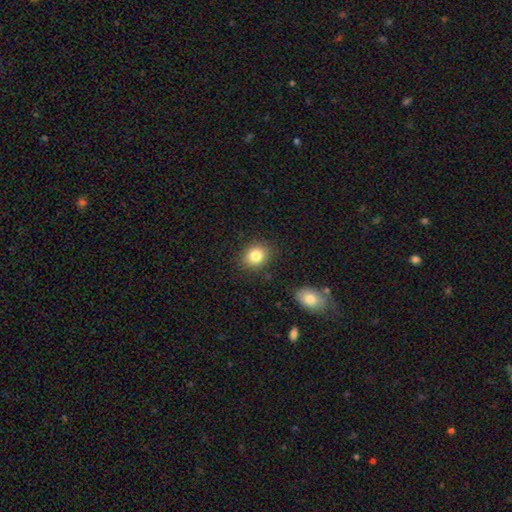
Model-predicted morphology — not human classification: A smooth galaxy with no disk features (83%) that is round (62%).

Vote fractions:
- Smooth or featured? smooth: 83% / star or artifact: 10% / featured or disk: 7%
- How rounded? round: 62% / in between: 37% / cigar-shaped: 1%
- Merging? none: 85% / minor disturbance: 10% / major disturbance: 3% / merger: 2%